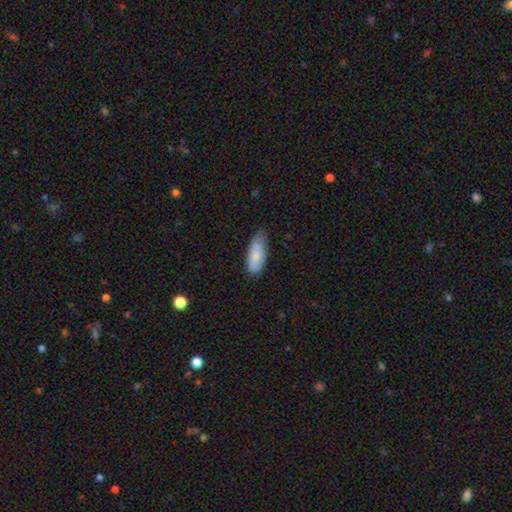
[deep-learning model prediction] Smooth or featured? smooth (76%)
How rounded? in between (81%)
Merging? none (59%)